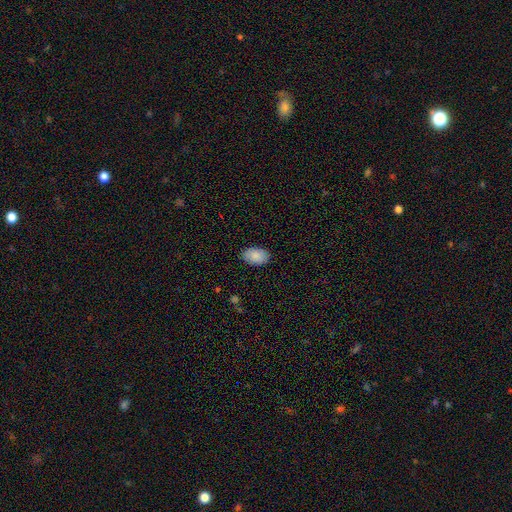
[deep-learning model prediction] Smooth or featured: smooth — 89% (star or artifact — 6%)
How rounded: in between — 91% (round — 8%)
Merging: none — 87% (minor disturbance — 10%)